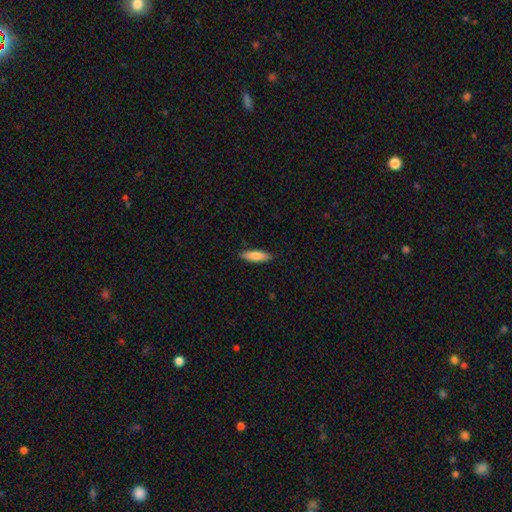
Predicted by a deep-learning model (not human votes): A smooth galaxy with no disk features (83%) that is cigar-shaped (50%).

Vote fractions:
- Smooth or featured? smooth: 83% / featured or disk: 11% / star or artifact: 6%
- How rounded? cigar-shaped: 50% / in between: 48% / round: 2%
- Merging? none: 88% / minor disturbance: 9% / major disturbance: 2% / merger: 1%